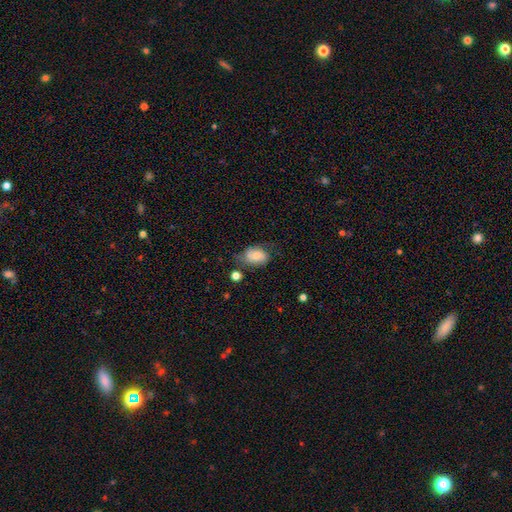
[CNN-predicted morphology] Smooth or featured? Predicted: smooth (p=0.71). How rounded? Predicted: in between (p=0.83). Merging? Predicted: none (p=0.54).